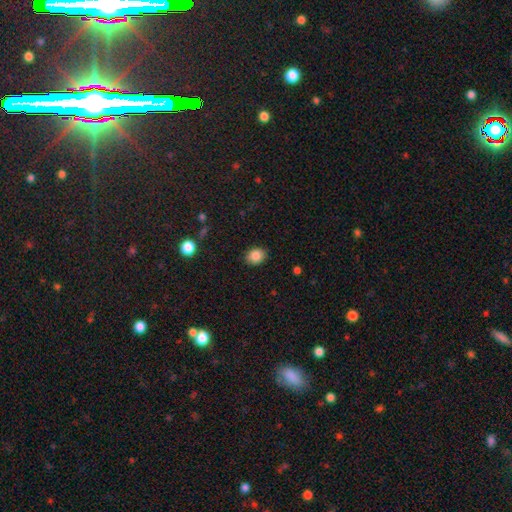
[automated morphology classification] Smooth or featured: smooth — 86% (star or artifact — 9%)
How rounded: round — 56% (in between — 44%)
Merging: none — 87% (minor disturbance — 9%)